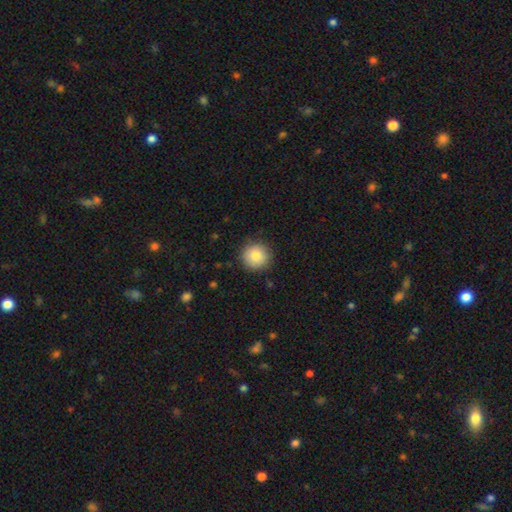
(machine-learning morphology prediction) Smooth or featured: smooth — 83% (featured or disk — 9%)
How rounded: round — 95% (in between — 4%)
Merging: none — 88% (minor disturbance — 8%)